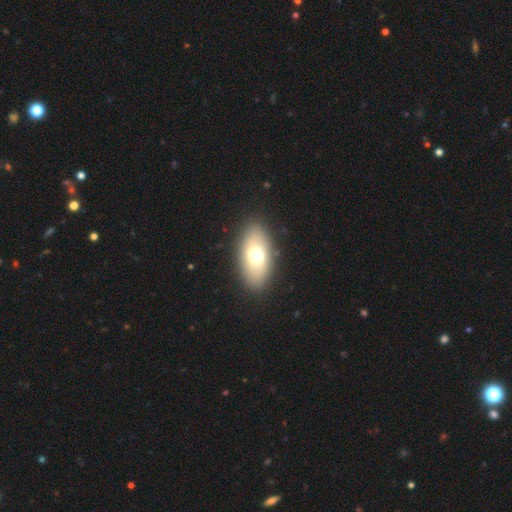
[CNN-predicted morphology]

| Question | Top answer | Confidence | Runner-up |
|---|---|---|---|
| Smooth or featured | smooth | 67% | featured or disk (25%) |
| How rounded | in between | 90% | round (7%) |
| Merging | none | 87% | minor disturbance (9%) |